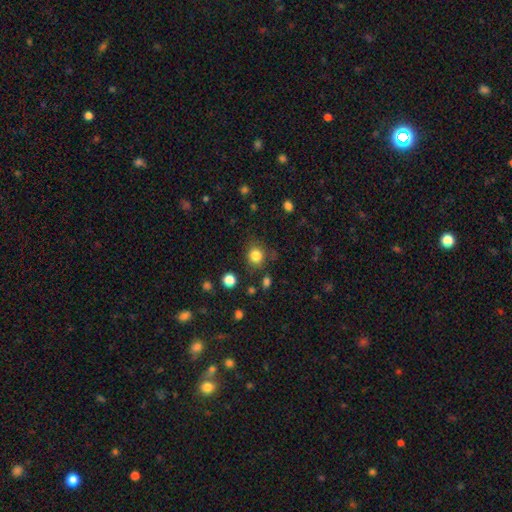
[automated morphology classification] smooth 83%, star or artifact 12%, featured or disk 5%. Down the decision tree: how rounded — round (81%); merging — none (79%).